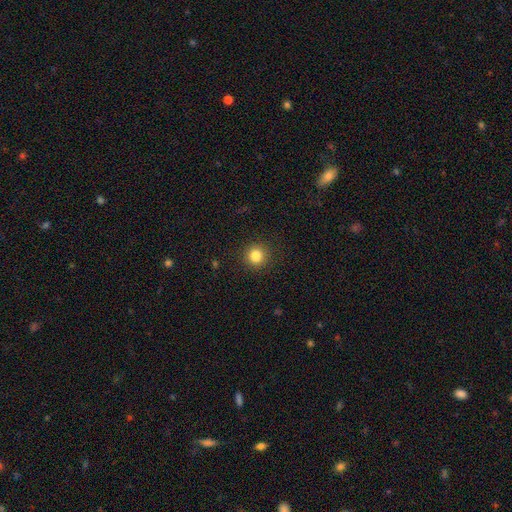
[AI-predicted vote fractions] Smooth or featured? Predicted: smooth (p=0.84). How rounded? Predicted: round (p=0.91). Merging? Predicted: none (p=0.90).